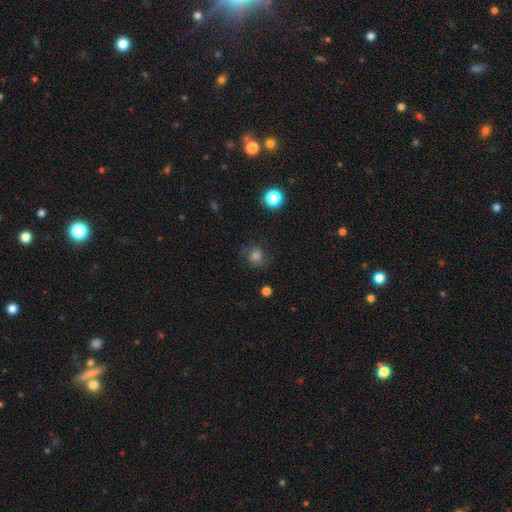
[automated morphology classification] Q: Smooth or featured?
A: smooth (75%); runner-up: star or artifact (16%)
Q: How rounded?
A: round (77%); runner-up: in between (22%)
Q: Merging?
A: none (69%); runner-up: minor disturbance (20%)